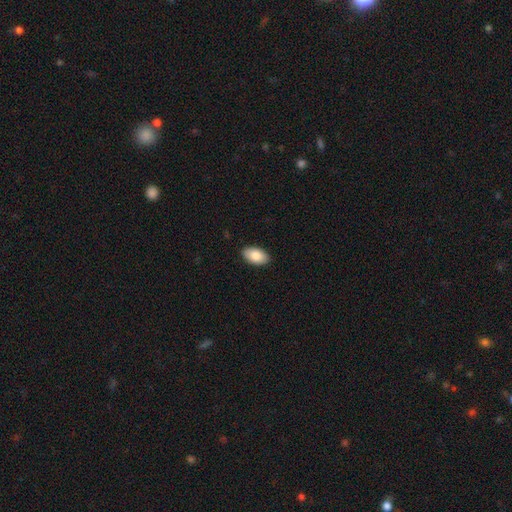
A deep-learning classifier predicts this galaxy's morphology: Q: Smooth or featured?
A: smooth (85%); runner-up: featured or disk (9%)
Q: How rounded?
A: in between (95%); runner-up: round (4%)
Q: Merging?
A: none (90%); runner-up: minor disturbance (8%)